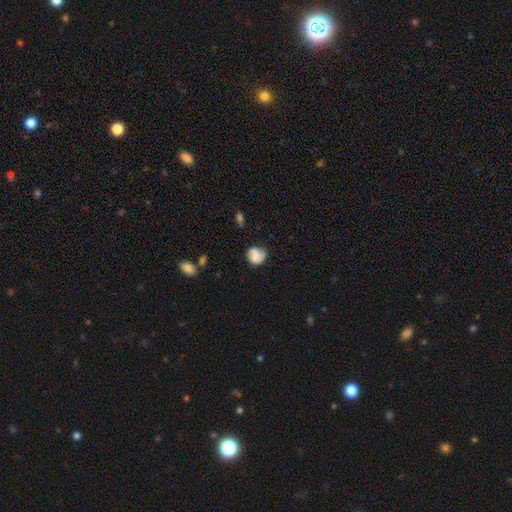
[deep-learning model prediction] Smooth or featured? Predicted: smooth (p=0.54). How rounded? Predicted: round (p=0.72). Merging? Predicted: none (p=0.54).